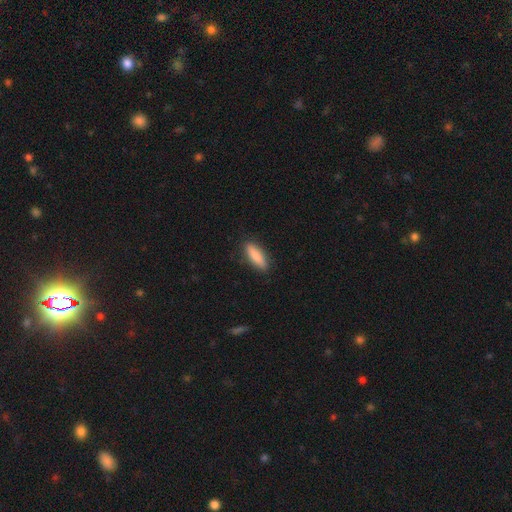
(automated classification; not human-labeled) The model was most divided on "how rounded": cigar-shaped: 56%, in between: 42%, round: 2%. More confident: merging — none (87%); smooth or featured — smooth (84%).